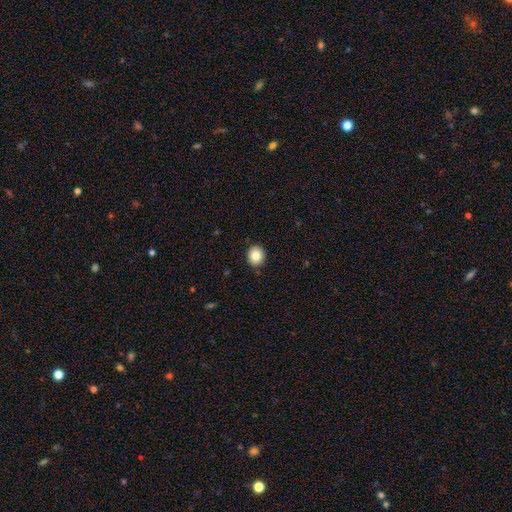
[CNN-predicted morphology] type=smooth (83%); roundness=round (80%); merging=none (90%).